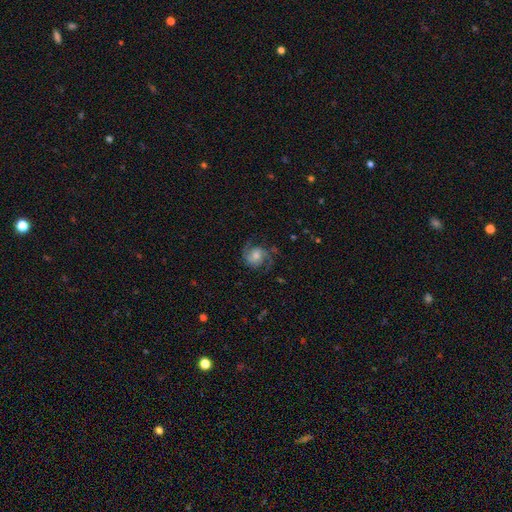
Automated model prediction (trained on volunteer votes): This appears to be a featured or disk galaxy (77%) with no bar (62%), 2 (76%) medium (51%) spiral arms (95%) and a moderate central bulge (47%). Merging: none (69%).